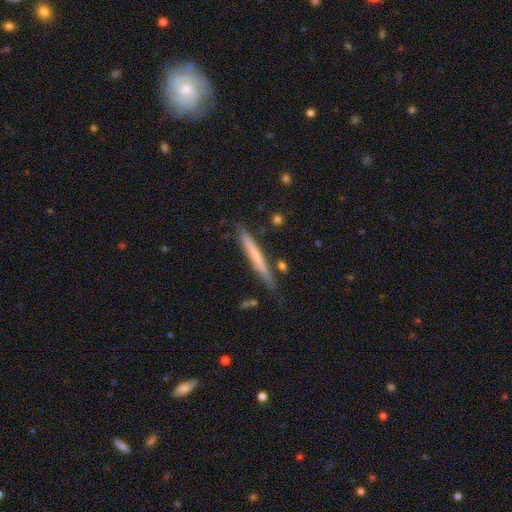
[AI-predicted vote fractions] Smooth or featured?
  - smooth: 56% *
  - featured or disk: 38%
  - star or artifact: 6%
How rounded?
  - cigar-shaped: 96% *
  - in between: 2%
  - round: 1%
Merging?
  - none: 84% *
  - minor disturbance: 11%
  - merger: 3%
  - major disturbance: 2%